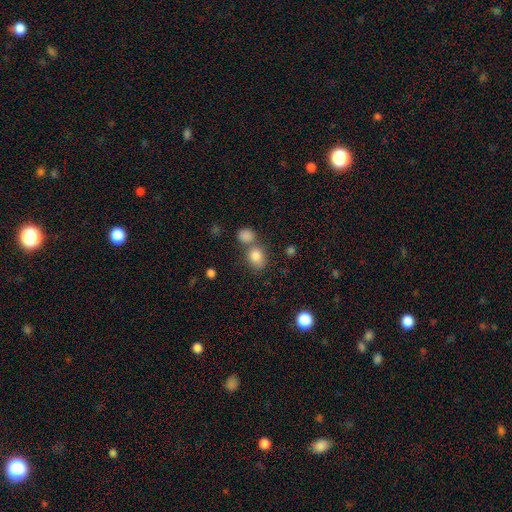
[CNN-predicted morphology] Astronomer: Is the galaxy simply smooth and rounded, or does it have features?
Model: smooth — 82%.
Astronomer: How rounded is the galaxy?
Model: in between — 52% (runner-up: round, 47%).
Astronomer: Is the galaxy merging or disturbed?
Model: none — 52% (runner-up: merger, 32%).